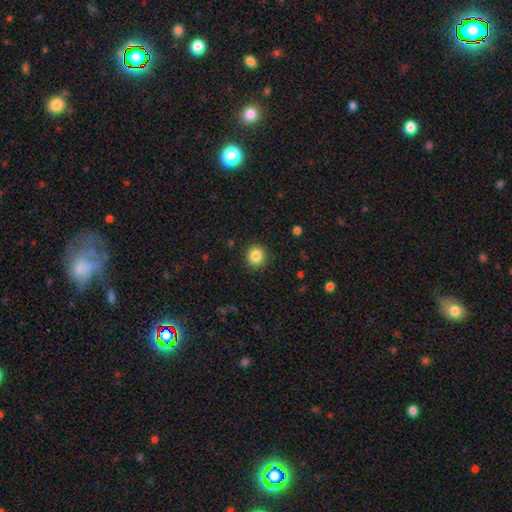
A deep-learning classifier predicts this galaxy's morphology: A smooth galaxy with no disk features (86%) that is round (92%).

Vote fractions:
- Smooth or featured? smooth: 86% / star or artifact: 10% / featured or disk: 4%
- How rounded? round: 92% / in between: 7% / cigar-shaped: 1%
- Merging? none: 90% / minor disturbance: 7% / major disturbance: 2% / merger: 1%